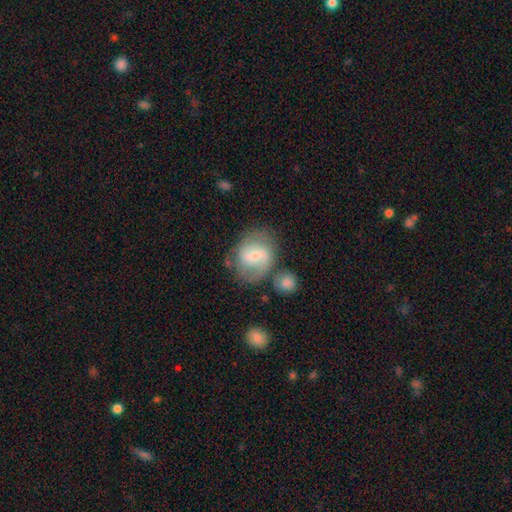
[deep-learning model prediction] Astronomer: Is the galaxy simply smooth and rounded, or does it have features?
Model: featured or disk — 54% (runner-up: smooth, 38%).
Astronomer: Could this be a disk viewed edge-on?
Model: no — 96%.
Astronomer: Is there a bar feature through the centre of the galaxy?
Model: weak — 50% (runner-up: strong, 29%).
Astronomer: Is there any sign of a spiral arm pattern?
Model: yes — 73%.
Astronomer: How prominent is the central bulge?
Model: small — 56% (runner-up: moderate, 36%).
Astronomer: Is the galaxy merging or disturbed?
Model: none — 60%.